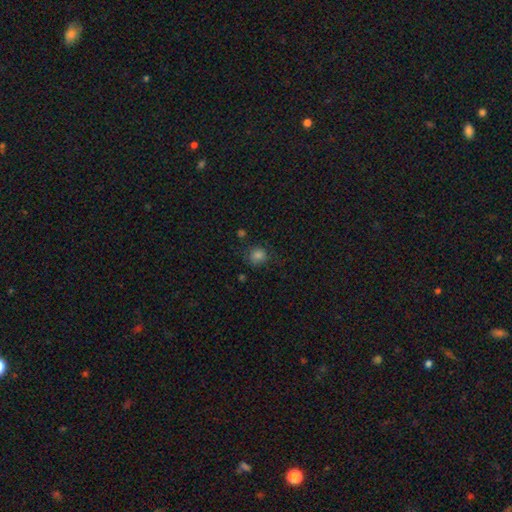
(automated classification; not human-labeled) Morphology: type=smooth (72%); roundness=round (80%); merging=none (74%).